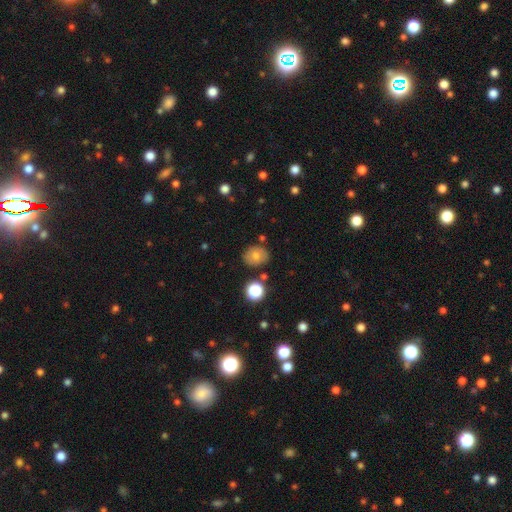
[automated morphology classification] A smooth galaxy with no disk features (72%) that is round (53%). Merging: none (80%).